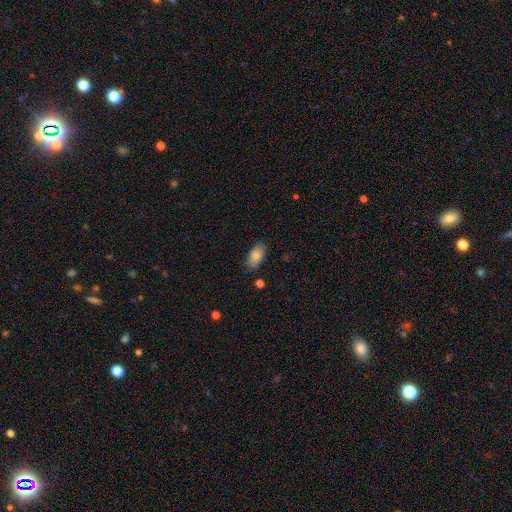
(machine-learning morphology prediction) Smooth or featured?
  - smooth: 84% *
  - featured or disk: 10%
  - star or artifact: 7%
How rounded?
  - in between: 91% *
  - cigar-shaped: 6%
  - round: 3%
Merging?
  - none: 84% *
  - minor disturbance: 12%
  - major disturbance: 2%
  - merger: 2%